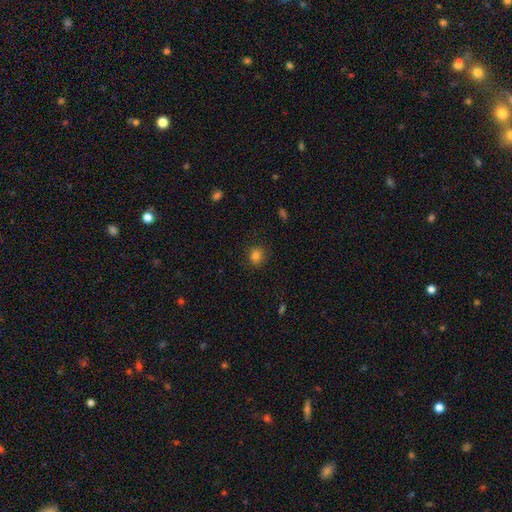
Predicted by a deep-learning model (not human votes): smooth_or_featured: smooth (p=0.82) [alt: star or artifact p=0.13]
how_rounded: round (p=0.84) [alt: in between p=0.15]
merging: none (p=0.88) [alt: minor disturbance p=0.09]